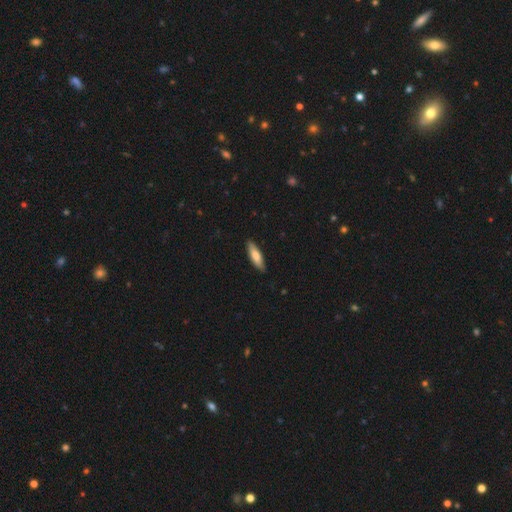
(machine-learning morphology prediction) A smooth galaxy with no disk features (73%) that is cigar-shaped (57%). Merging: none (87%).